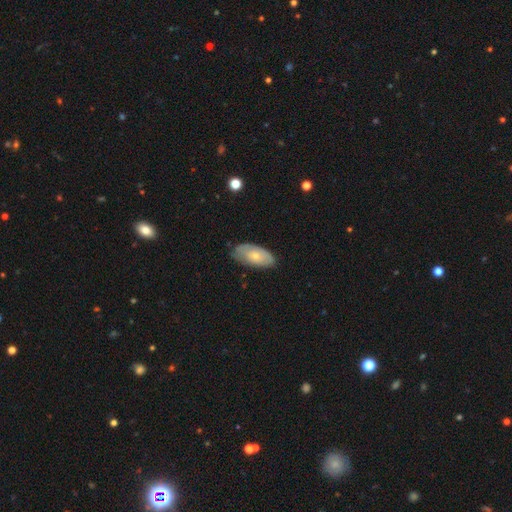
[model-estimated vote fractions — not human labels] Smooth or featured: smooth — 57% (featured or disk — 37%)
How rounded: in between — 92% (cigar-shaped — 5%)
Merging: none — 72% (minor disturbance — 23%)